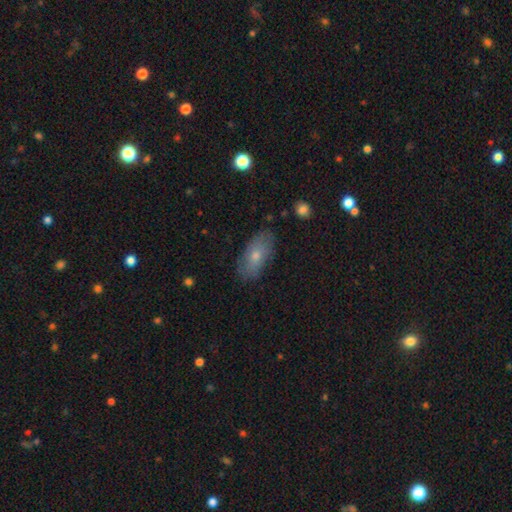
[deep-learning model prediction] A smooth galaxy with no disk features (62%) that is in between round and cigar-shaped (87%). Merging: none (82%).